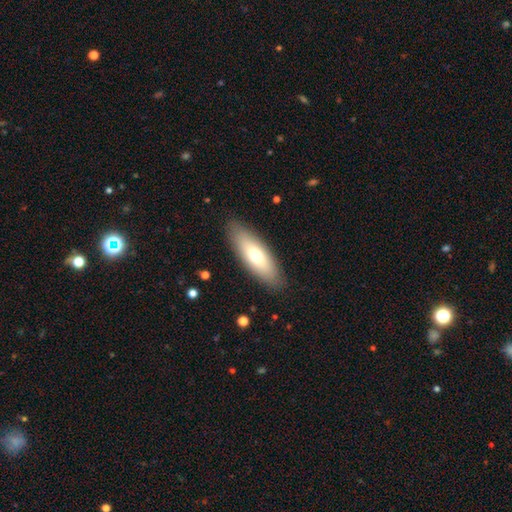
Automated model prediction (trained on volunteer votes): Smooth or featured: smooth — 68% (featured or disk — 26%)
How rounded: in between — 60% (cigar-shaped — 38%)
Merging: none — 88% (minor disturbance — 9%)